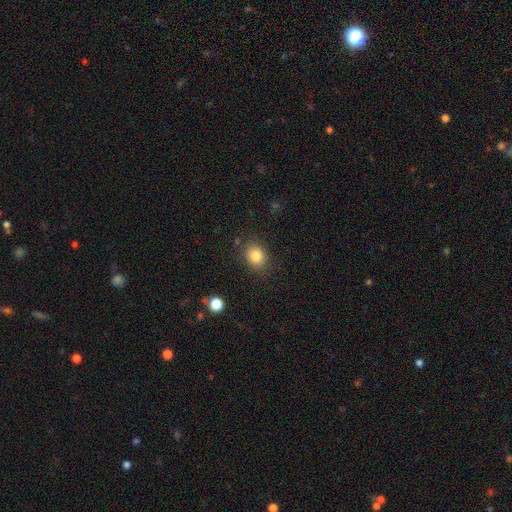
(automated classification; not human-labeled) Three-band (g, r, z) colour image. It shows a smooth galaxy with no disk features (82%) that is round (59%). Merging: none (84%).